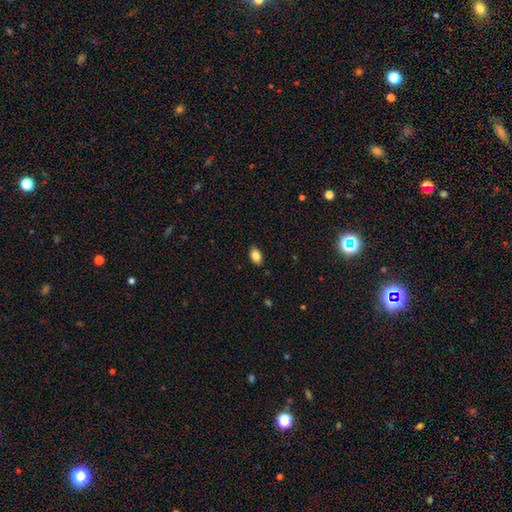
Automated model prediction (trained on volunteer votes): This appears to be a smooth galaxy with no disk features (85%) that is in between round and cigar-shaped (90%). Merging: none (87%).